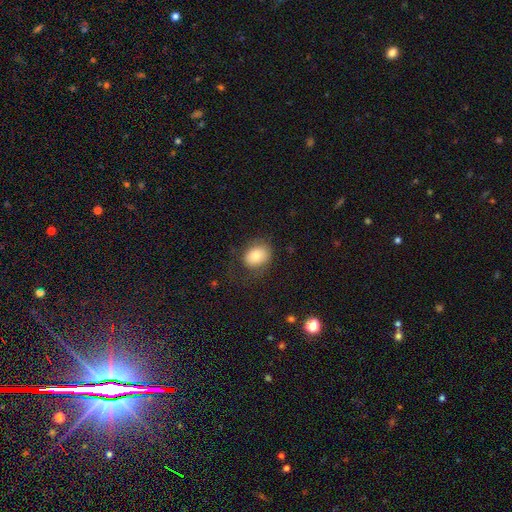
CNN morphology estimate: A smooth galaxy with no disk features (79%) that is in between round and cigar-shaped (57%).

Vote fractions:
- Smooth or featured? smooth: 79% / featured or disk: 13% / star or artifact: 9%
- How rounded? in between: 57% / round: 42% / cigar-shaped: 1%
- Merging? none: 62% / minor disturbance: 21% / major disturbance: 15% / merger: 1%